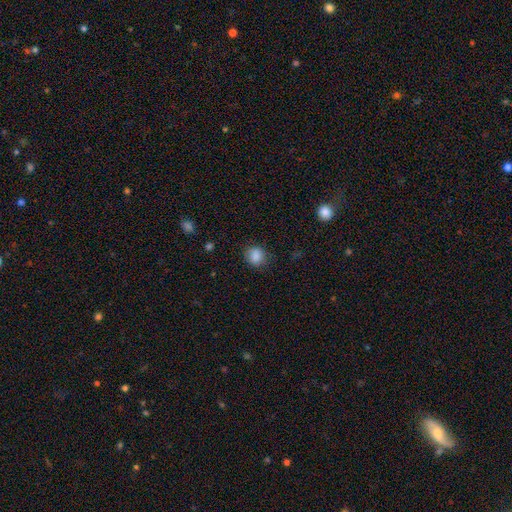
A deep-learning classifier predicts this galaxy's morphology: A smooth galaxy with no disk features (86%) that is round (71%).

Vote fractions:
- Smooth or featured? smooth: 86% / star or artifact: 9% / featured or disk: 5%
- How rounded? round: 71% / in between: 28% / cigar-shaped: 1%
- Merging? none: 77% / minor disturbance: 17% / major disturbance: 5% / merger: 1%